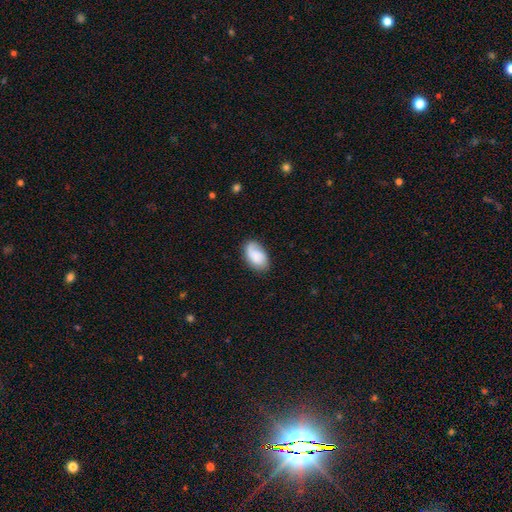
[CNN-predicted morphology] Smooth or featured: smooth — 70% (featured or disk — 23%)
How rounded: in between — 93% (round — 5%)
Merging: none — 72% (minor disturbance — 20%)